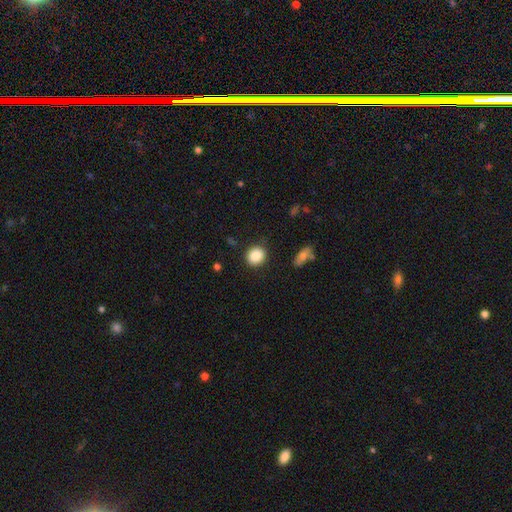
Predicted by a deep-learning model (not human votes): Smooth or featured: smooth — 88% (star or artifact — 8%)
How rounded: round — 78% (in between — 21%)
Merging: none — 87% (minor disturbance — 9%)